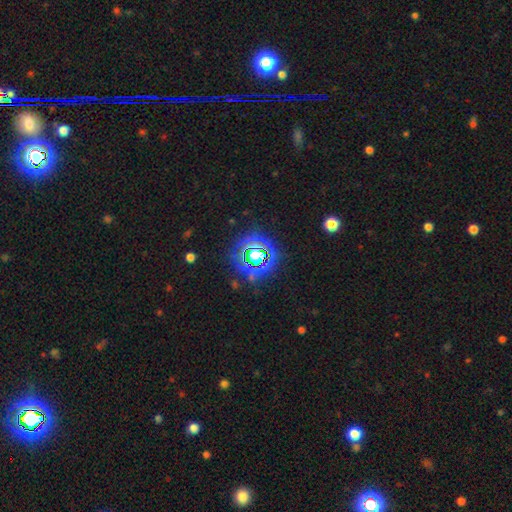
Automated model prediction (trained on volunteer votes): Smooth or featured?
  - star or artifact: 68% *
  - smooth: 20%
  - featured or disk: 13%